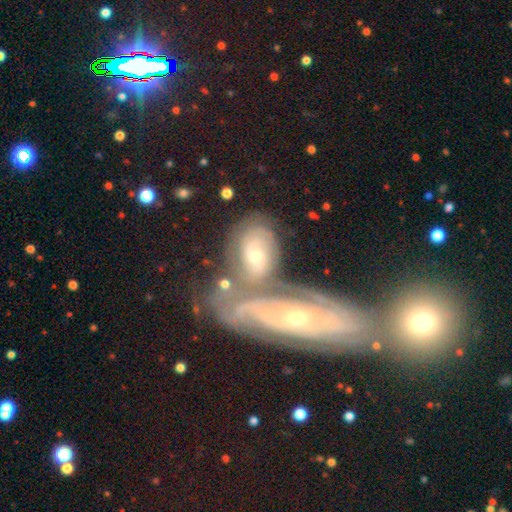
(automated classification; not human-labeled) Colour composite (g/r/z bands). It shows a featured or disk galaxy (65%) with no bar (66%), spiral arms (81%) and a small central bulge (53%). Merging: merger (51%).